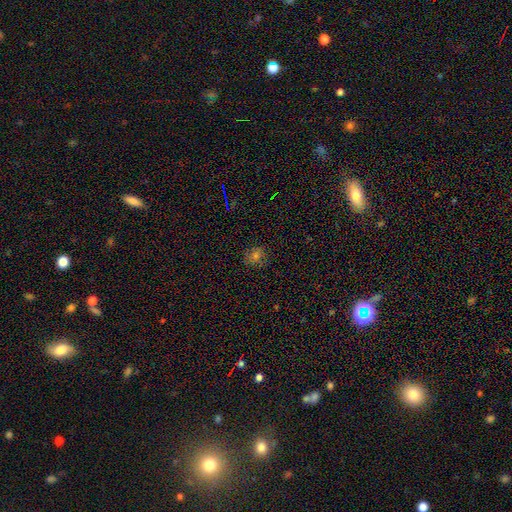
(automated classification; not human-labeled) Morphology: type=smooth (59%); roundness=round (75%); merging=none (84%).